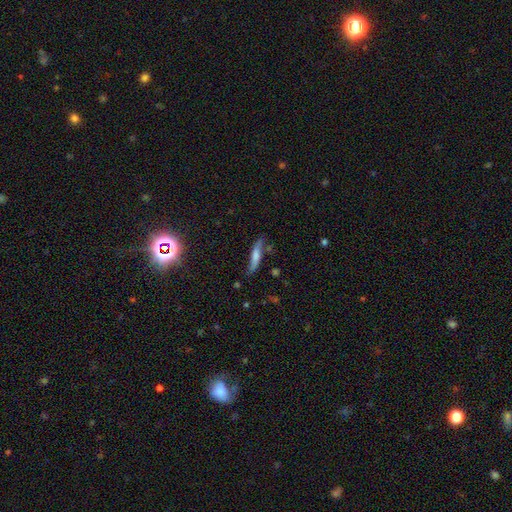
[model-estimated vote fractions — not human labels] smooth-or-featured: smooth: 52% | featured or disk: 41% | star or artifact: 7%
  how-rounded: cigar-shaped: 85% | in between: 13% | round: 2%
  merging: none: 67% | minor disturbance: 23% | major disturbance: 6% | merger: 5%